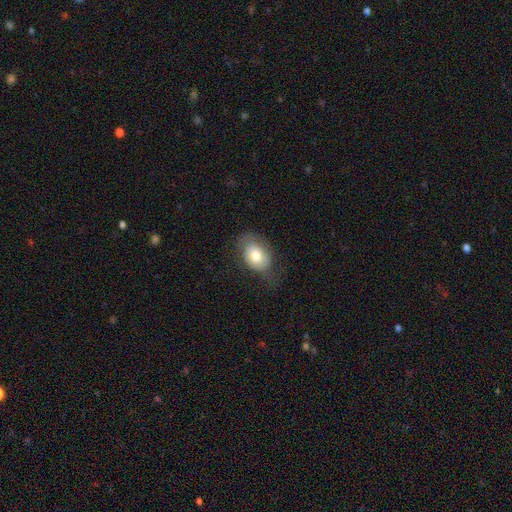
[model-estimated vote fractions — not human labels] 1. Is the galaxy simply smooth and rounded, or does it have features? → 73% smooth, 19% featured or disk, 8% star or artifact.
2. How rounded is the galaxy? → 75% in between, 24% round, 1% cigar-shaped.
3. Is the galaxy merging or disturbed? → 54% none, 29% minor disturbance, 16% major disturbance, 1% merger.